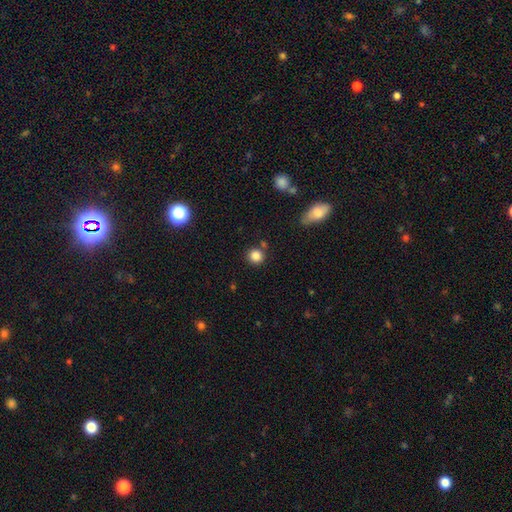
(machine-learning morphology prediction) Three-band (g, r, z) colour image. It shows a smooth galaxy with no disk features (85%) that is round (91%). Merging: none (80%).